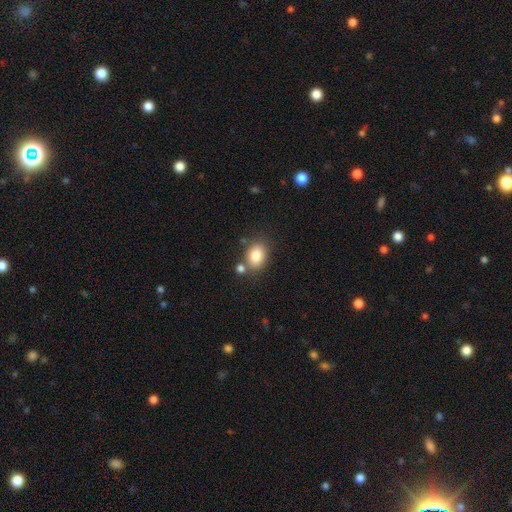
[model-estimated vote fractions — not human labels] A smooth galaxy with no disk features (83%) that is in between round and cigar-shaped (66%).

Vote fractions:
- Smooth or featured? smooth: 83% / star or artifact: 9% / featured or disk: 8%
- How rounded? in between: 66% / round: 33% / cigar-shaped: 1%
- Merging? none: 70% / merger: 14% / minor disturbance: 13% / major disturbance: 4%